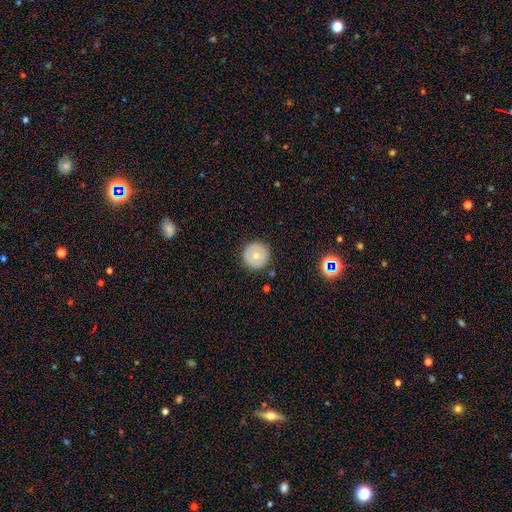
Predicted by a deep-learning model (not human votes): This appears to be a smooth galaxy with no disk features (66%) that is round (96%). Merging: none (90%).